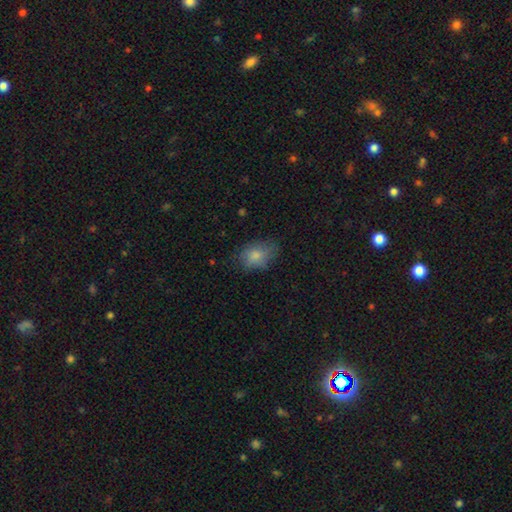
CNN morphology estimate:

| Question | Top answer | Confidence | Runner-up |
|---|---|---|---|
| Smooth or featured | smooth | 79% | featured or disk (13%) |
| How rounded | in between | 76% | round (22%) |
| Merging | none | 65% | minor disturbance (25%) |